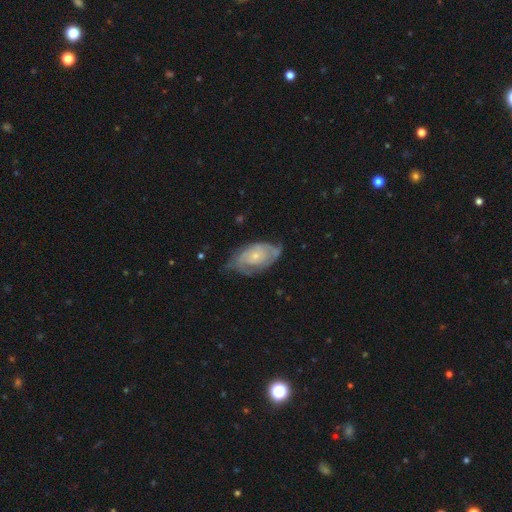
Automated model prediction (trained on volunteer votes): smooth-or-featured: featured or disk: 72% | smooth: 23% | star or artifact: 6%
  disk-edge-on: no: 95% | yes: 5%
    bar: no: 79% | weak: 18% | strong: 3%
    has-spiral-arms: yes: 81% | no: 19%
      spiral-winding: tight: 59% | medium: 31% | loose: 10%
      spiral-arm-count: can't tell: 41% | 2: 39% | 3: 8% | 1: 6% | 4: 3% | more than 4: 2%
    bulge-size: small: 69% | moderate: 26% | none: 3% | large: 2% | dominant: 1%
  merging: none: 58% | minor disturbance: 29% | major disturbance: 12% | merger: 2%